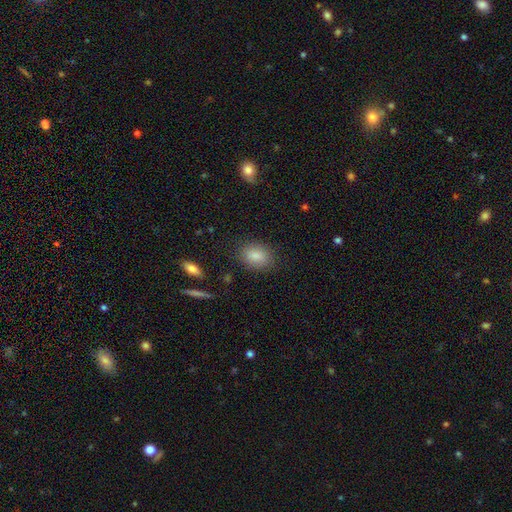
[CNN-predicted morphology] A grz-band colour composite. It shows a smooth galaxy with no disk features (86%) that is in between round and cigar-shaped (65%). Merging: none (84%).